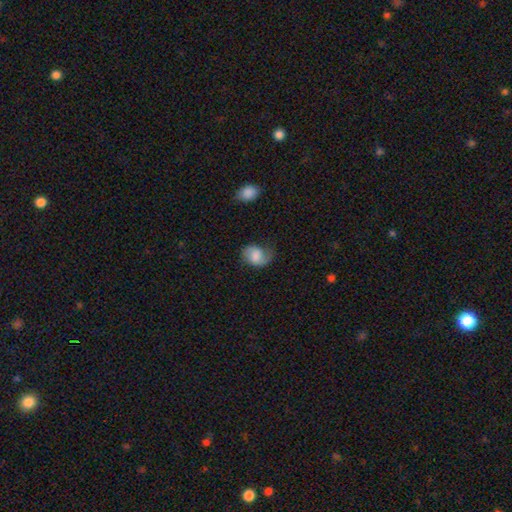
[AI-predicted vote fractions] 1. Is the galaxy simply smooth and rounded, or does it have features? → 53% smooth, 39% featured or disk, 8% star or artifact.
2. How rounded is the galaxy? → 61% in between, 37% round, 1% cigar-shaped.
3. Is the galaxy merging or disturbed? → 52% none, 29% minor disturbance, 17% major disturbance, 2% merger.